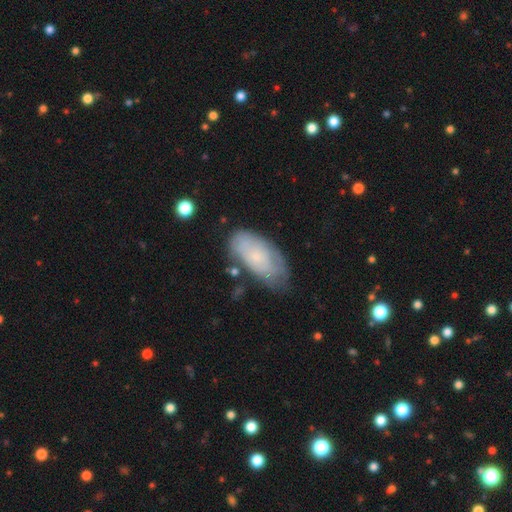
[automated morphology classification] Overall: smooth (56%; featured or disk 37%). How rounded: in between (92%). Merging: none (60%; minor disturbance 28%).